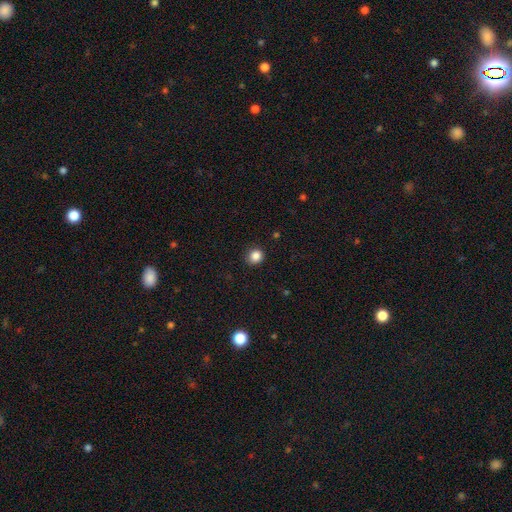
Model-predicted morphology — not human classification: type=smooth (85%); roundness=round (88%); merging=none (87%).